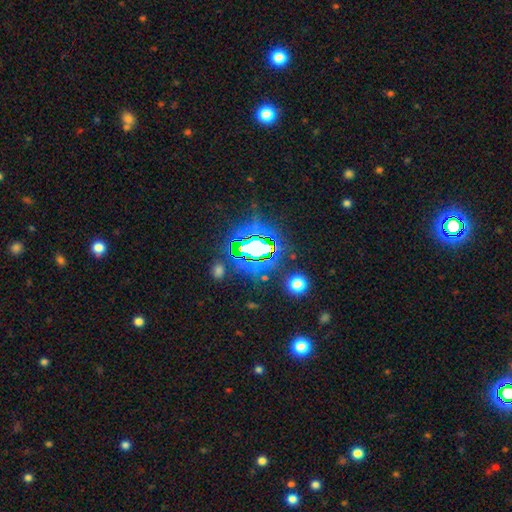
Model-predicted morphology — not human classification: Smooth or featured? star or artifact (80%)